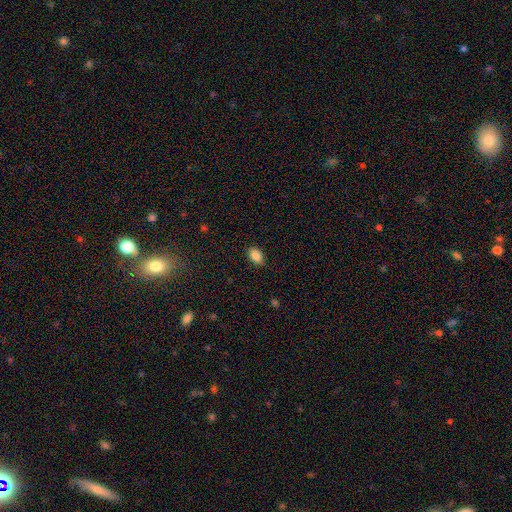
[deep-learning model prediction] A smooth galaxy with no disk features (86%) that is in between round and cigar-shaped (83%).

Vote fractions:
- Smooth or featured? smooth: 86% / star or artifact: 9% / featured or disk: 5%
- How rounded? in between: 83% / round: 15% / cigar-shaped: 1%
- Merging? none: 86% / minor disturbance: 11% / major disturbance: 2% / merger: 1%